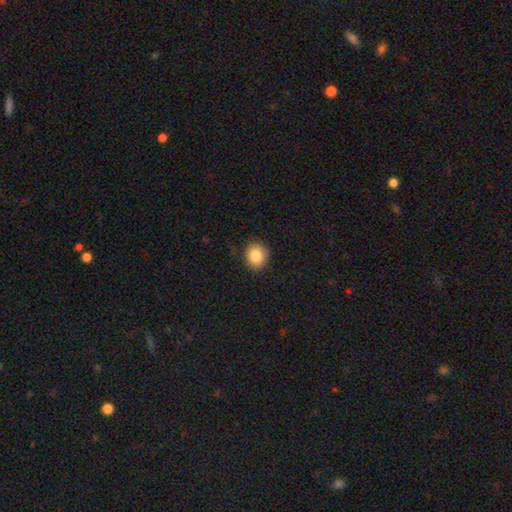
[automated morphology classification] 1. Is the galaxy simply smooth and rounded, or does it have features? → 86% smooth, 9% star or artifact, 6% featured or disk.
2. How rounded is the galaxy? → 67% round, 32% in between, 1% cigar-shaped.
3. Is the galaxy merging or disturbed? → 88% none, 9% minor disturbance, 2% major disturbance, 1% merger.